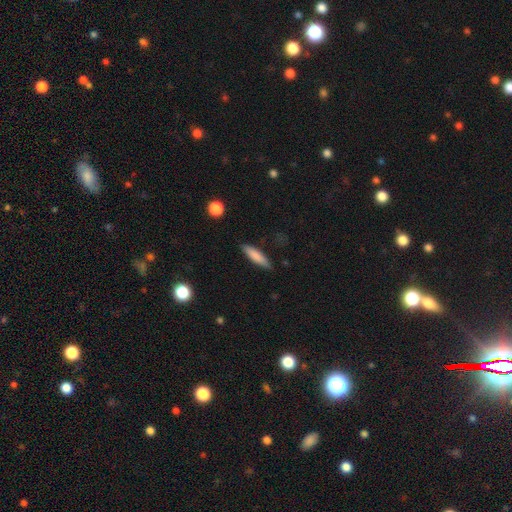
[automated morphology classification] Smooth or featured?
  - smooth: 80% *
  - featured or disk: 14%
  - star or artifact: 6%
How rounded?
  - cigar-shaped: 75% *
  - in between: 24%
  - round: 2%
Merging?
  - none: 85% *
  - minor disturbance: 12%
  - major disturbance: 2%
  - merger: 1%